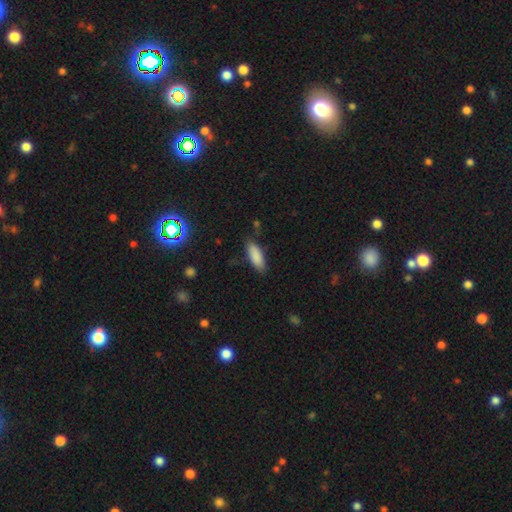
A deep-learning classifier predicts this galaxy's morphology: type=smooth (87%); roundness=in between (69%); merging=none (81%).